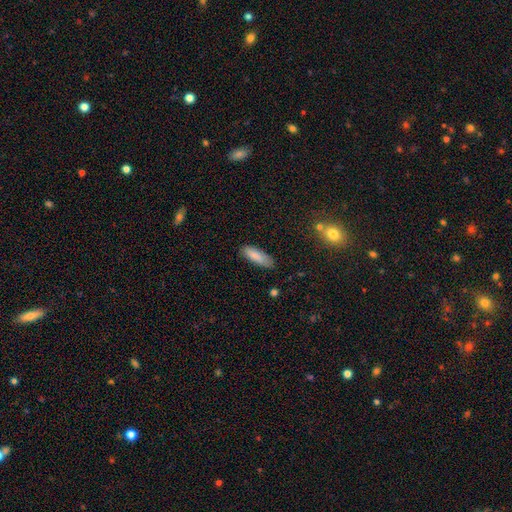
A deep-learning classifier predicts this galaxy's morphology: smooth-or-featured: smooth: 85% | featured or disk: 9% | star or artifact: 7%
  how-rounded: in between: 55% | cigar-shaped: 44% | round: 2%
  merging: none: 79% | minor disturbance: 17% | major disturbance: 3% | merger: 1%